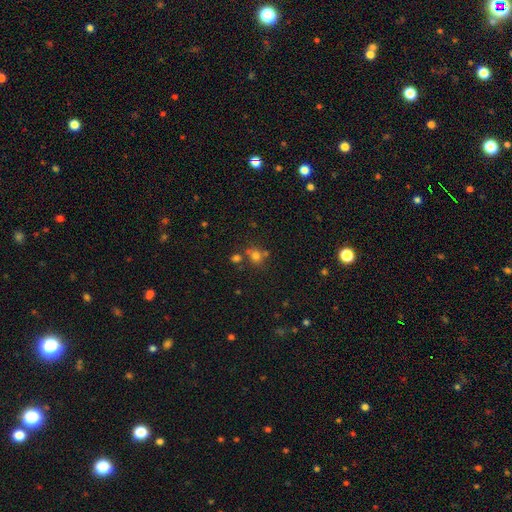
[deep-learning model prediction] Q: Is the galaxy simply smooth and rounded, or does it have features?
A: smooth — 69%.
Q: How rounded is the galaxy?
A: round — 78%.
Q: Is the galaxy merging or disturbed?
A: none — 59%.